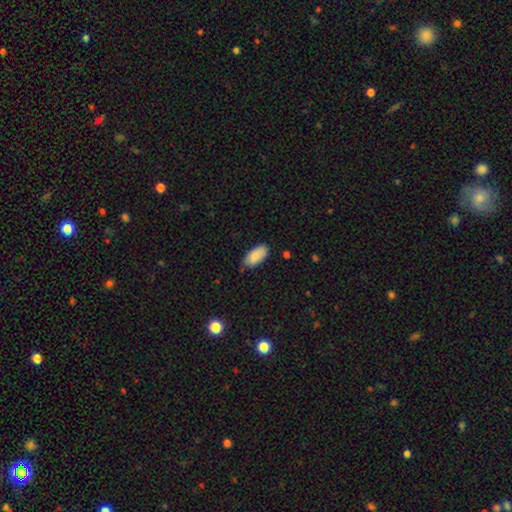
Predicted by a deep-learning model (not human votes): Smooth or featured? Predicted: smooth (p=0.86). How rounded? Predicted: in between (p=0.93). Merging? Predicted: none (p=0.74).